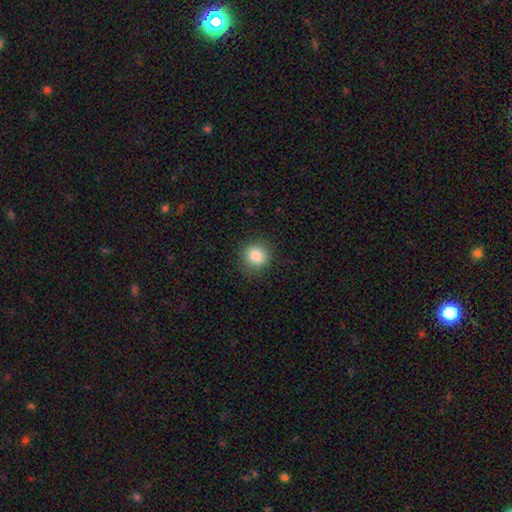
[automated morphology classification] This is clearly a smooth galaxy (84%). How rounded: clearly round (90%). Merging: clearly none (89%).